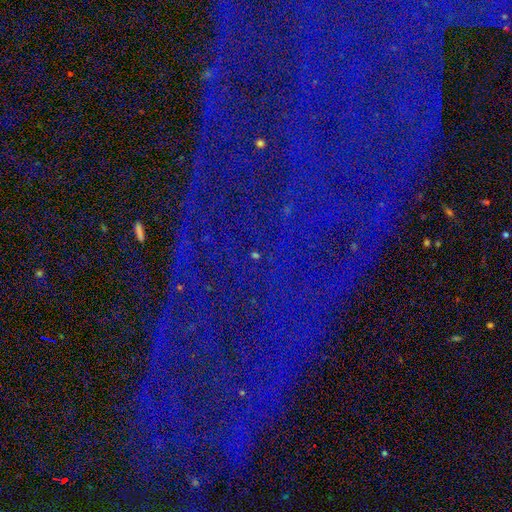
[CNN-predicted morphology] smooth_or_featured: star or artifact (p=0.81) [alt: smooth p=0.11]